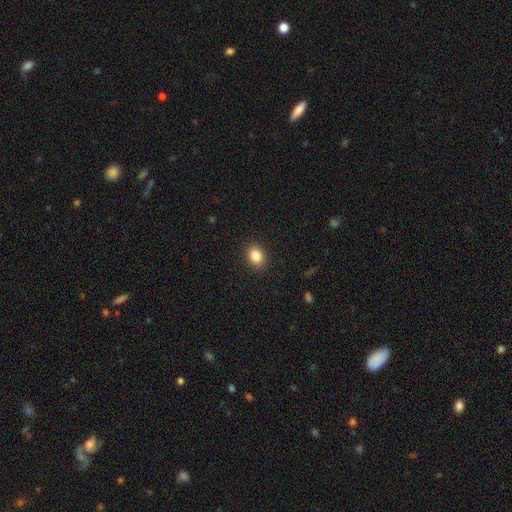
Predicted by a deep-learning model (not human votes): Smooth or featured: smooth — 86% (star or artifact — 9%)
How rounded: in between — 57% (round — 42%)
Merging: none — 90% (minor disturbance — 7%)